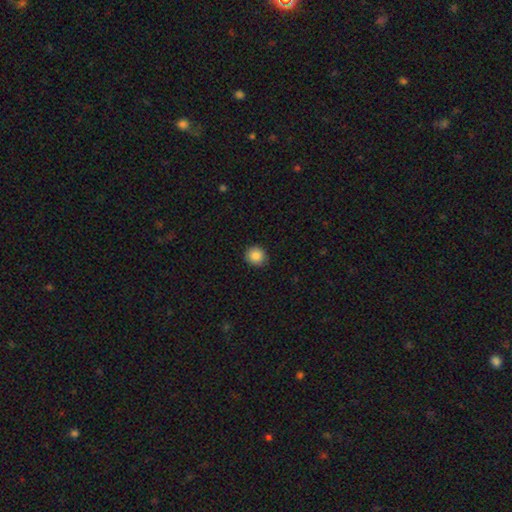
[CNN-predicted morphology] smooth 87%, star or artifact 9%, featured or disk 4%. Down the decision tree: how rounded — round (90%); merging — none (89%).